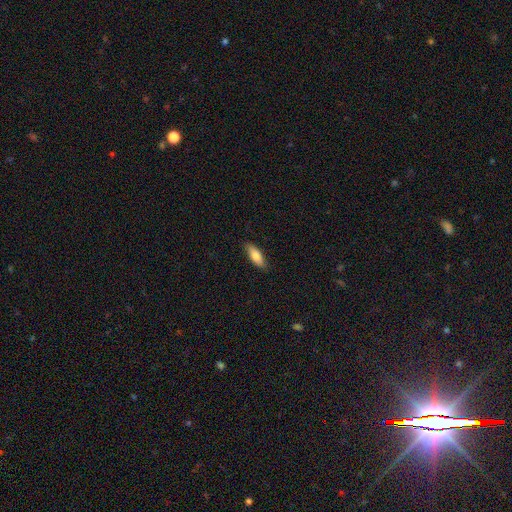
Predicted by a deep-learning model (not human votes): This appears to be a smooth galaxy with no disk features (77%) that is in between round and cigar-shaped (64%). Merging: none (87%).